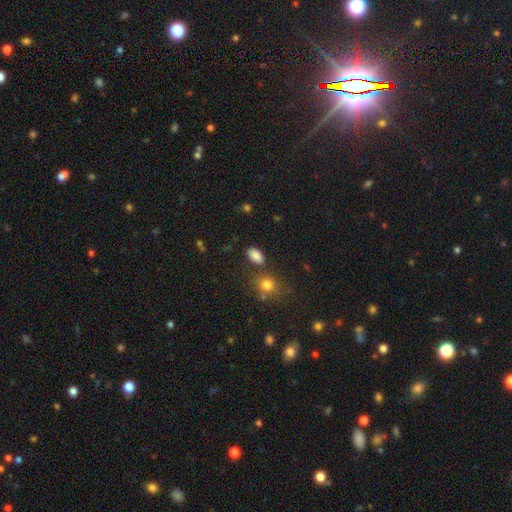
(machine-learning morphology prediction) Q: Smooth or featured?
A: smooth (85%); runner-up: star or artifact (10%)
Q: How rounded?
A: in between (90%); runner-up: round (7%)
Q: Merging?
A: none (77%); runner-up: minor disturbance (12%)